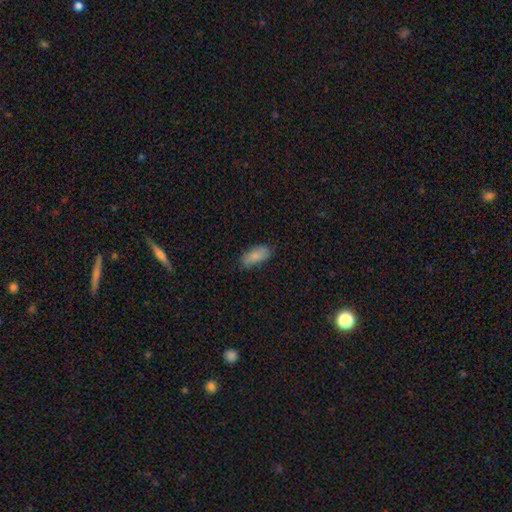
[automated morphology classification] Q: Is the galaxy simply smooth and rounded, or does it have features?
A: smooth — 84%.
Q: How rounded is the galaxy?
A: in between — 88%.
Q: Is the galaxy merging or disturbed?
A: none — 76%.